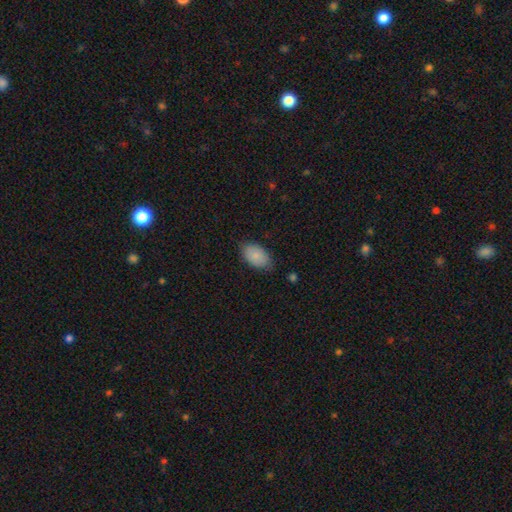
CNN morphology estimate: Overall: smooth (85%). How rounded: in between (93%). Merging: none (77%).